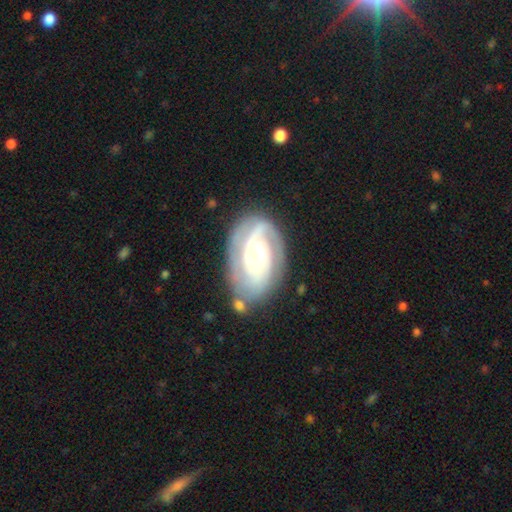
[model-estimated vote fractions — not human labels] featured or disk 84%, smooth 11%, star or artifact 5%. Down the decision tree: edge-on disk — no (96%); bar — no (68%); spiral arms — yes (94%); spiral arm count — 2 (53%); spiral winding — tight (60%); bulge size — moderate (64%); merging — none (73%).